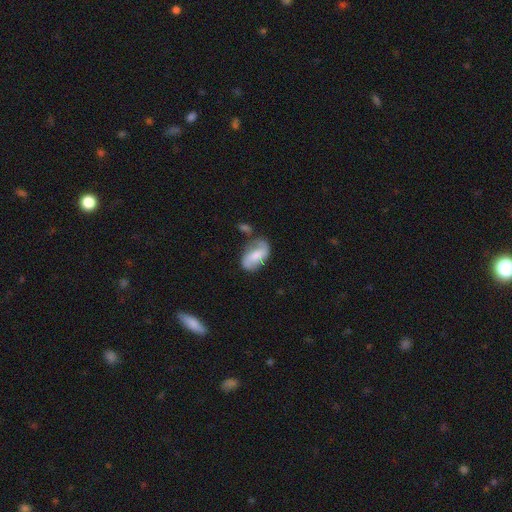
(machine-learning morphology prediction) A featured or disk galaxy (56%) with a weak bar (42%), spiral arms (83%) and a moderate central bulge (46%). Merging: none (54%).